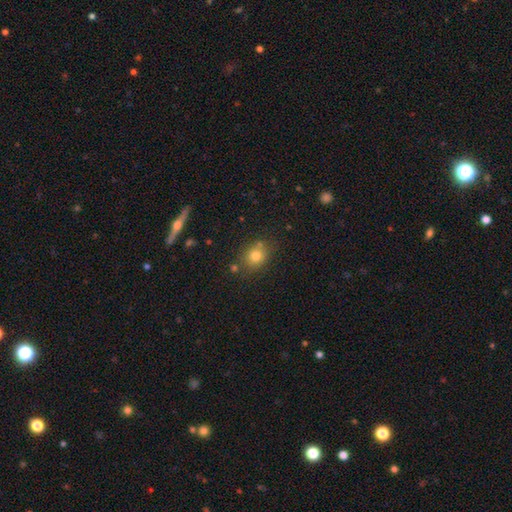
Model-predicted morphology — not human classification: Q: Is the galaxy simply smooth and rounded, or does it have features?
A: smooth — 77%.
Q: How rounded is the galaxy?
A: round — 61%.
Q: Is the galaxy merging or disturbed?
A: none — 74%.